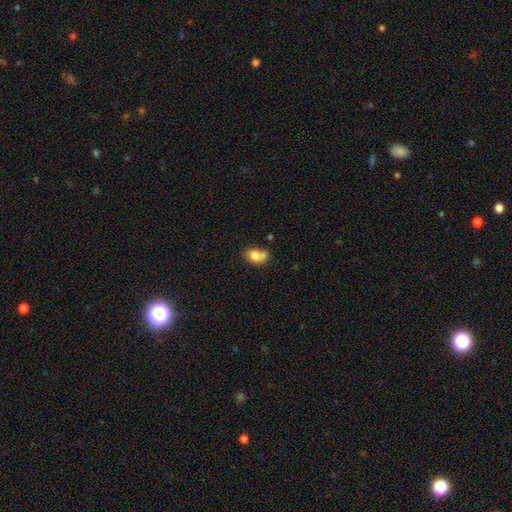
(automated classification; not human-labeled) smooth 76%, featured or disk 14%, star or artifact 9%. Down the decision tree: how rounded — in between (60%); merging — merger (43%).